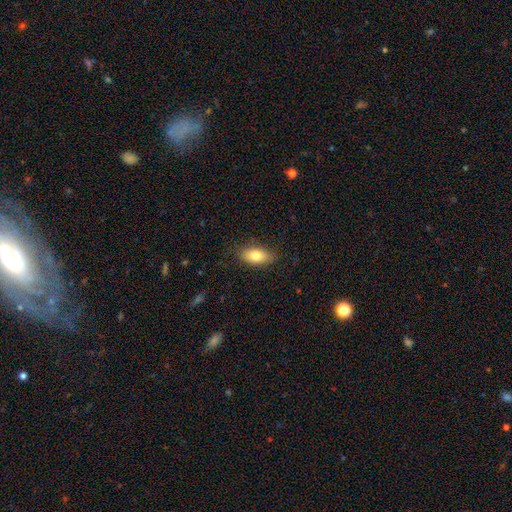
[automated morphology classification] Smooth or featured? Predicted: smooth (p=0.79). How rounded? Predicted: in between (p=0.87). Merging? Predicted: none (p=0.84).